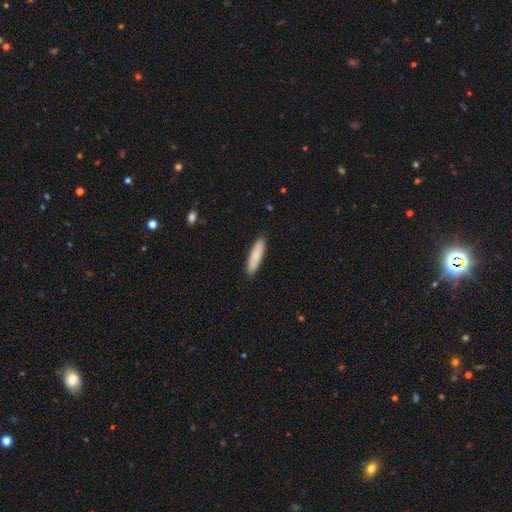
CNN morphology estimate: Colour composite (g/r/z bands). It shows a smooth galaxy with no disk features (85%) that is cigar-shaped (81%). Merging: none (91%).